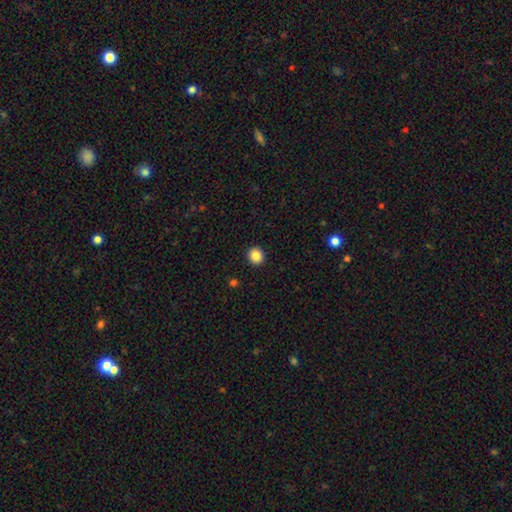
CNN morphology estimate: The model was most divided on "how rounded": round: 87%, in between: 12%, cigar-shaped: 1%. More confident: merging — none (93%); smooth or featured — smooth (87%).